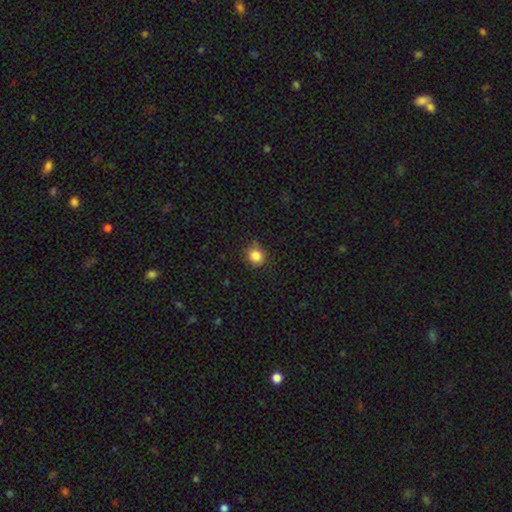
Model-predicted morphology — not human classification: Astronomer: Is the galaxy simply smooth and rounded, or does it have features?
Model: smooth — 85%.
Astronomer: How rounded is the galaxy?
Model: round — 84%.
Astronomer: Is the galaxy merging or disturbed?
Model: none — 79%.